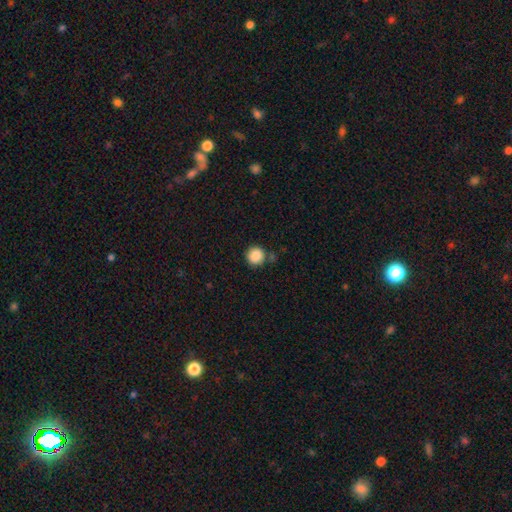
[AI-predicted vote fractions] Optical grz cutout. It shows a smooth galaxy with no disk features (87%) that is round (92%). Merging: none (80%).